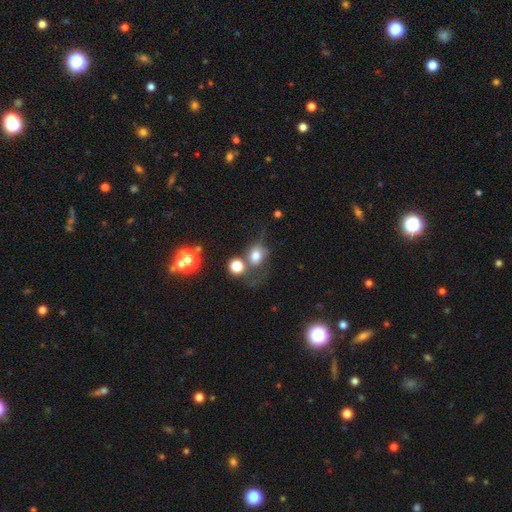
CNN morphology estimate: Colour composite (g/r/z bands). It shows a smooth galaxy with no disk features (74%) that is round (66%). Merging: none (40%).